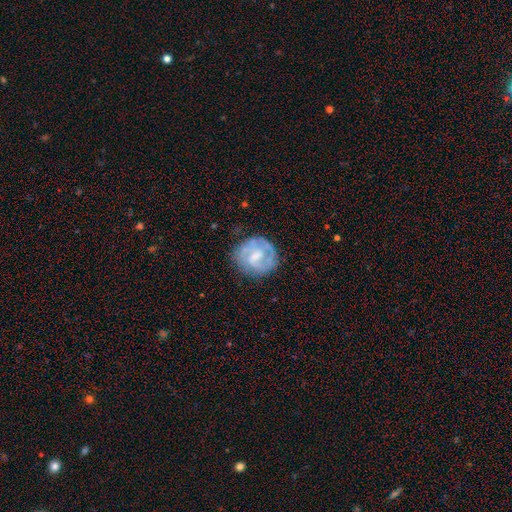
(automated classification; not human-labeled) Smooth or featured? featured or disk (68%)
Edge-on disk? no (98%)
Bar? weak (53%)
Spiral arms? yes (78%)
Spiral winding? tight (43%)
Spiral arm count? 2 (52%)
Bulge size? moderate (38%)
Merging? none (69%)